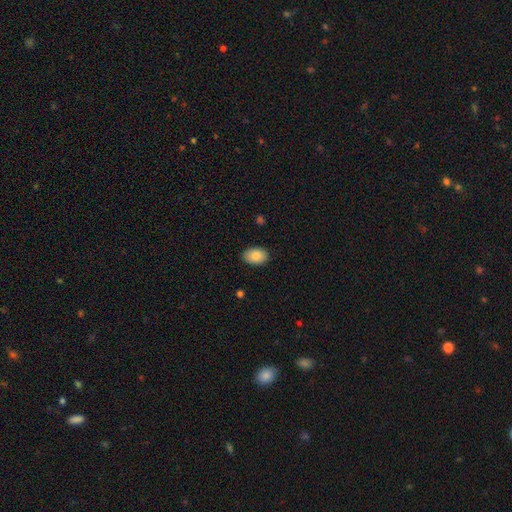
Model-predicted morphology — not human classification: Smooth or featured? Predicted: smooth (p=0.84). How rounded? Predicted: in between (p=0.87). Merging? Predicted: none (p=0.88).